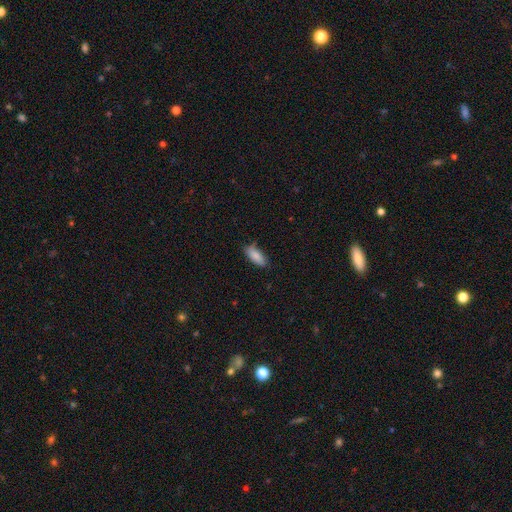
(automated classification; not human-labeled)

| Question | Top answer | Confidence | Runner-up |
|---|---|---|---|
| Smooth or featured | smooth | 86% | featured or disk (7%) |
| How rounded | in between | 79% | cigar-shaped (19%) |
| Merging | none | 75% | minor disturbance (20%) |